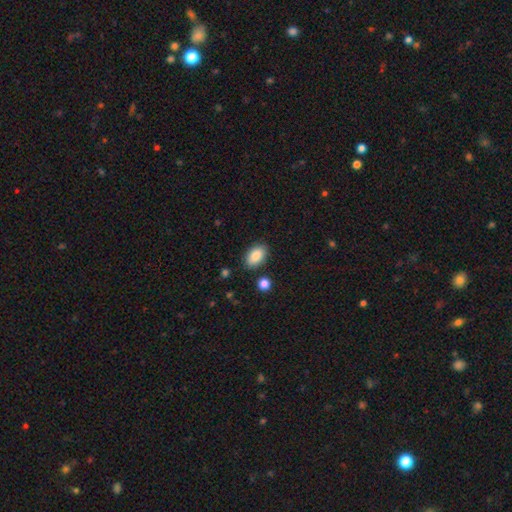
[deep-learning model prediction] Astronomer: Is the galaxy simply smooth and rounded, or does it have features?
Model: smooth — 87%.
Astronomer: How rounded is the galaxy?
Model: in between — 92%.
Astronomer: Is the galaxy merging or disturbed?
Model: none — 85%.